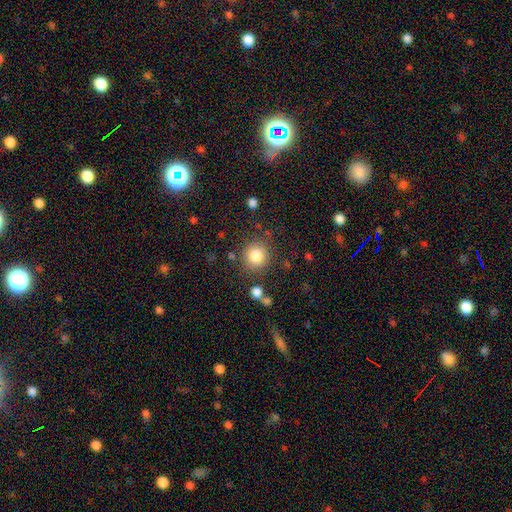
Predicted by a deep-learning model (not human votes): Smooth or featured: smooth — 82% (star or artifact — 11%)
How rounded: round — 90% (in between — 9%)
Merging: none — 82% (minor disturbance — 9%)